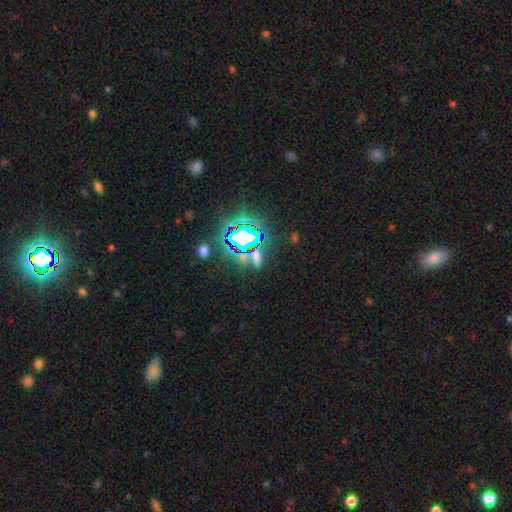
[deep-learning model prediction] Smooth or featured?
  - star or artifact: 60% *
  - smooth: 29%
  - featured or disk: 10%